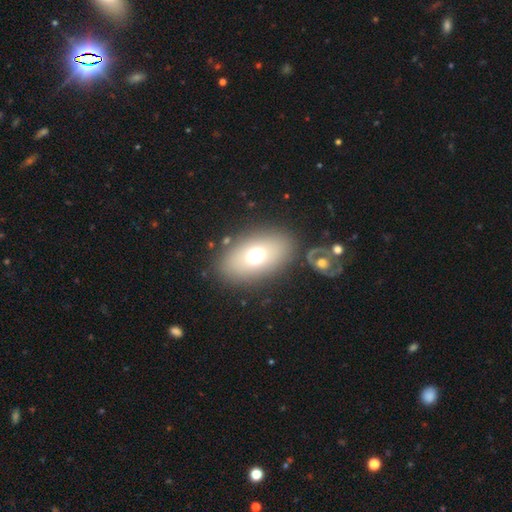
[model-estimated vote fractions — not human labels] A smooth galaxy with no disk features (65%) that is in between round and cigar-shaped (80%).

Vote fractions:
- Smooth or featured? smooth: 65% / featured or disk: 22% / star or artifact: 13%
- How rounded? in between: 80% / round: 18% / cigar-shaped: 2%
- Merging? none: 81% / minor disturbance: 9% / merger: 5% / major disturbance: 5%